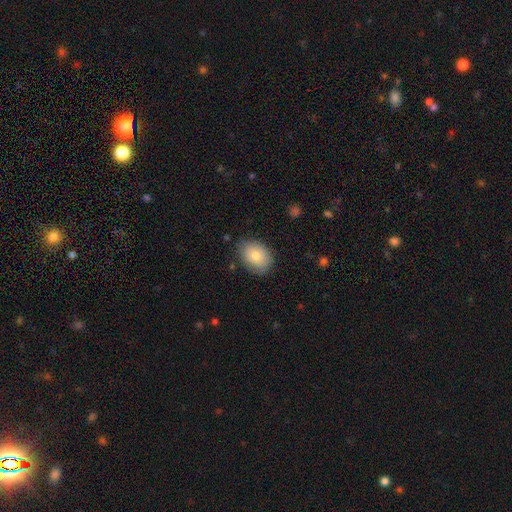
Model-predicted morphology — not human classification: type=smooth (78%); roundness=in between (70%); merging=none (80%).